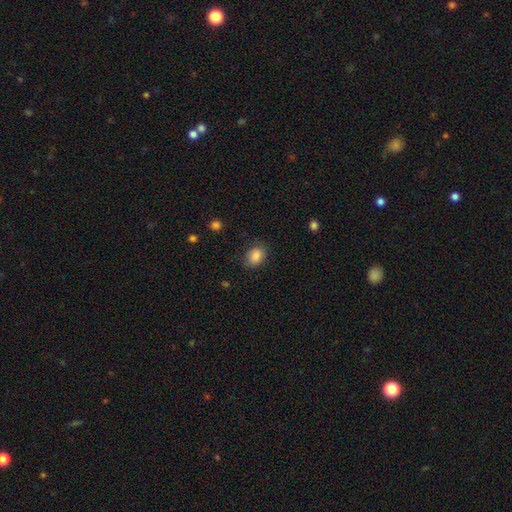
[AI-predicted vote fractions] Morphology: type=smooth (86%); roundness=in between (70%); merging=none (79%).